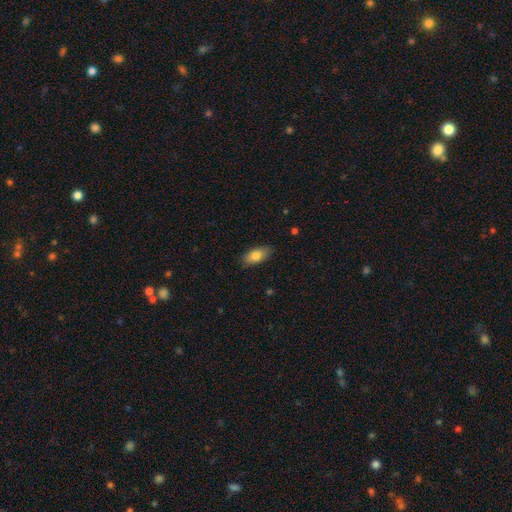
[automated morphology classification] A smooth galaxy with no disk features (80%) that is in between round and cigar-shaped (88%).

Vote fractions:
- Smooth or featured? smooth: 80% / featured or disk: 13% / star or artifact: 7%
- How rounded? in between: 88% / cigar-shaped: 8% / round: 3%
- Merging? none: 86% / minor disturbance: 11% / major disturbance: 2% / merger: 1%